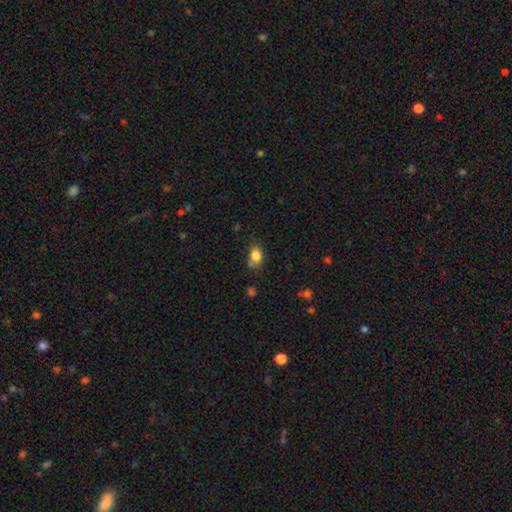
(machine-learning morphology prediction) Q: Smooth or featured?
A: smooth (83%); runner-up: star or artifact (10%)
Q: How rounded?
A: in between (70%); runner-up: round (28%)
Q: Merging?
A: none (66%); runner-up: minor disturbance (22%)